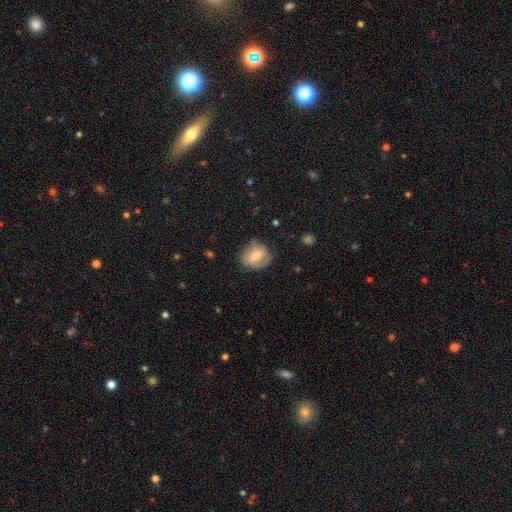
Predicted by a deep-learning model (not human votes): Smooth or featured? smooth (54%)
How rounded? round (67%)
Merging? none (65%)